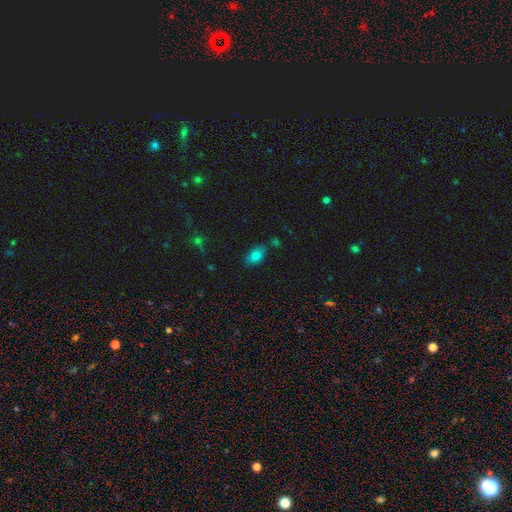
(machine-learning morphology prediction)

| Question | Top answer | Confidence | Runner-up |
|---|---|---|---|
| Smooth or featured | smooth | 80% | star or artifact (11%) |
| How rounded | in between | 88% | round (9%) |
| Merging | none | 76% | minor disturbance (15%) |